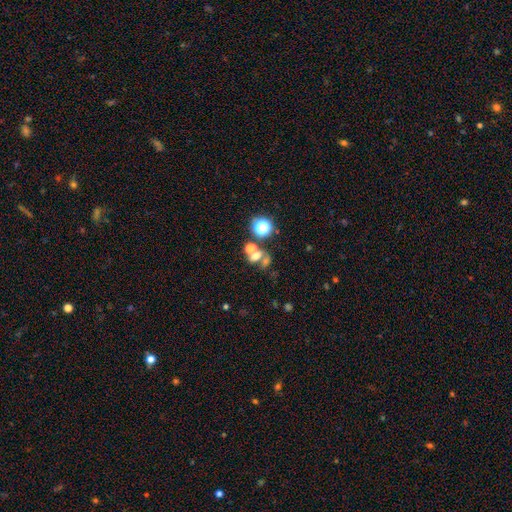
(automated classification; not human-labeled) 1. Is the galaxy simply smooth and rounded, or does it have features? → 49% smooth, 30% star or artifact, 21% featured or disk.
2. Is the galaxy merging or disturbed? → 44% merger, 37% none, 10% minor disturbance, 9% major disturbance.